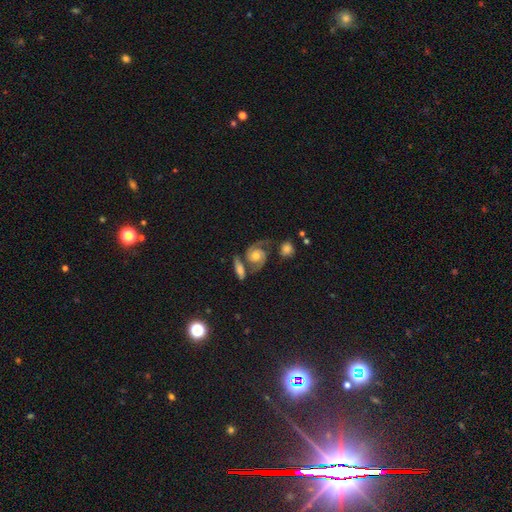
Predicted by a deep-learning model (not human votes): Smooth or featured: featured or disk — 86% (smooth — 9%)
Edge-on disk: no — 97% (yes — 3%)
Bar: no — 72% (weak — 22%)
Spiral arms: yes — 97% (no — 3%)
Spiral winding: medium — 52% (tight — 33%)
Spiral arm count: 2 — 91% (can't tell — 3%)
Bulge size: moderate — 61% (small — 19%)
Merging: none — 54% (merger — 21%)